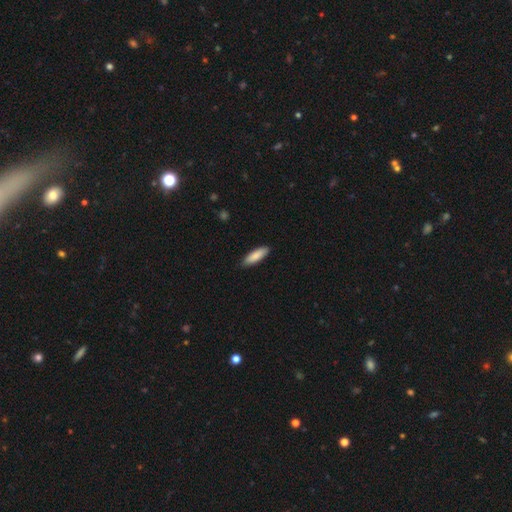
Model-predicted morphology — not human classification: smooth-or-featured: smooth: 86% | featured or disk: 8% | star or artifact: 6%
  how-rounded: cigar-shaped: 50% | in between: 49% | round: 1%
  merging: none: 87% | minor disturbance: 10% | major disturbance: 2% | merger: 1%